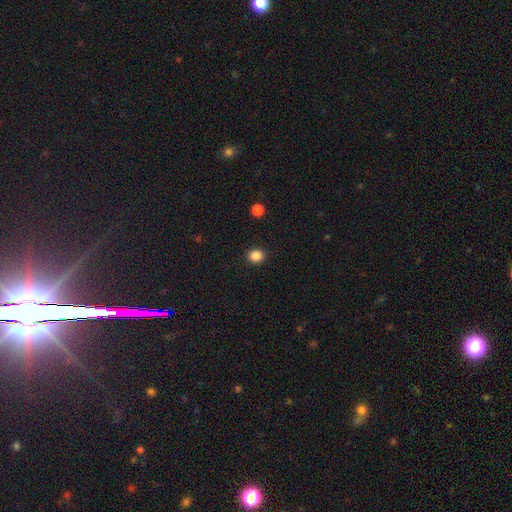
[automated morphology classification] Overall: smooth (86%). How rounded: round (76%). Merging: none (91%).